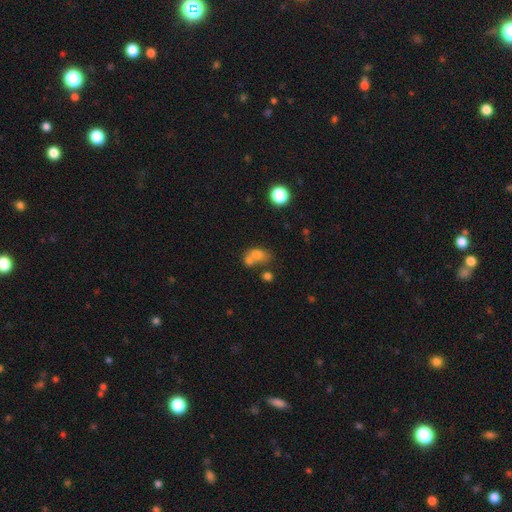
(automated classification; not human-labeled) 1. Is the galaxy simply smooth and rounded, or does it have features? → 70% smooth, 16% featured or disk, 13% star or artifact.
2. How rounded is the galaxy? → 65% in between, 33% round, 2% cigar-shaped.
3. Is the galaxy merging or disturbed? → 54% merger, 28% none, 11% minor disturbance, 7% major disturbance.